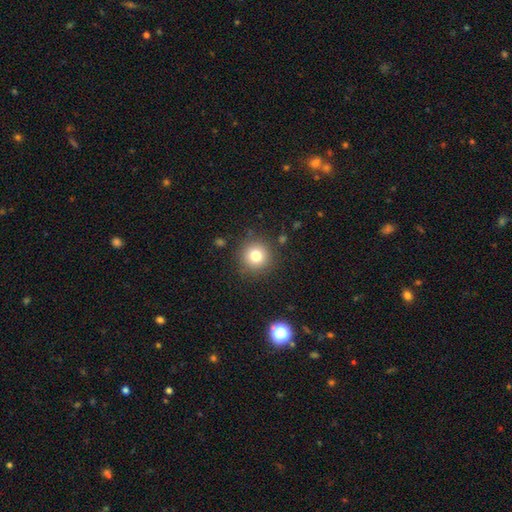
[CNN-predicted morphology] smooth 79%, star or artifact 13%, featured or disk 8%. Down the decision tree: how rounded — round (94%); merging — none (87%).